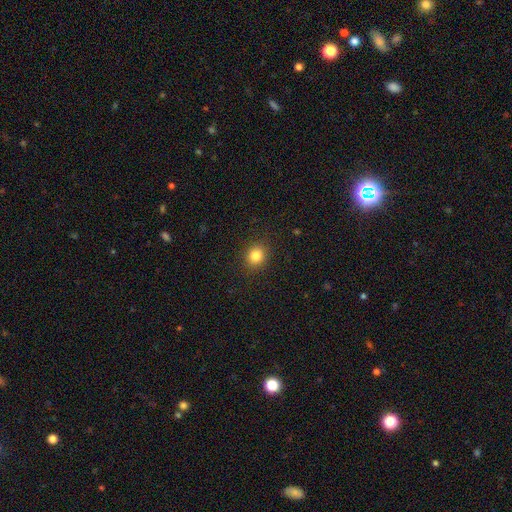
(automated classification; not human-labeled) A smooth galaxy with no disk features (83%) that is round (82%). Merging: none (90%).